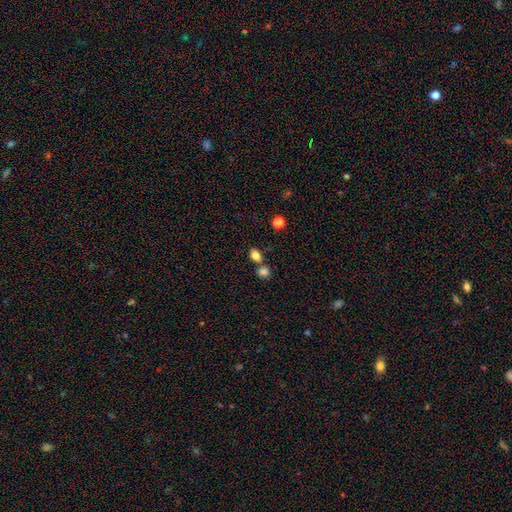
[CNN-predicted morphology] type=smooth (82%); roundness=in between (67%); merging=none (56%).